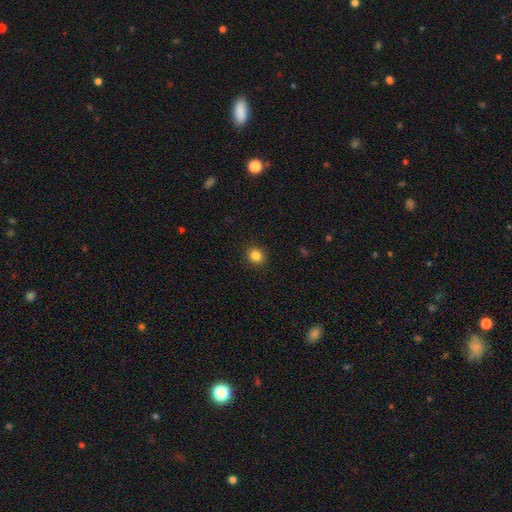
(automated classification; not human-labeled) A smooth galaxy with no disk features (84%) that is round (83%). Merging: none (91%).